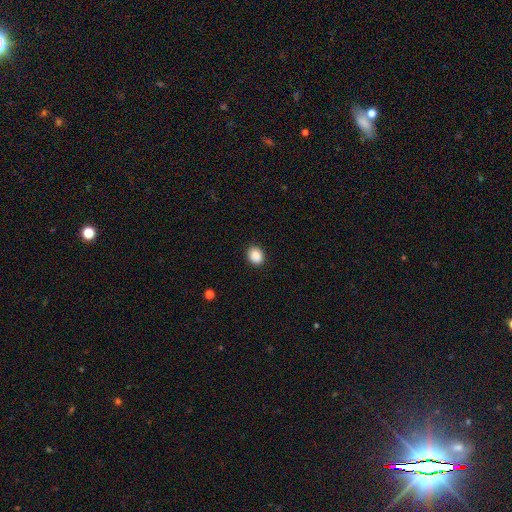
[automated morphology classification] This is clearly a smooth galaxy (89%). How rounded: possibly round (55%). Merging: clearly none (89%).